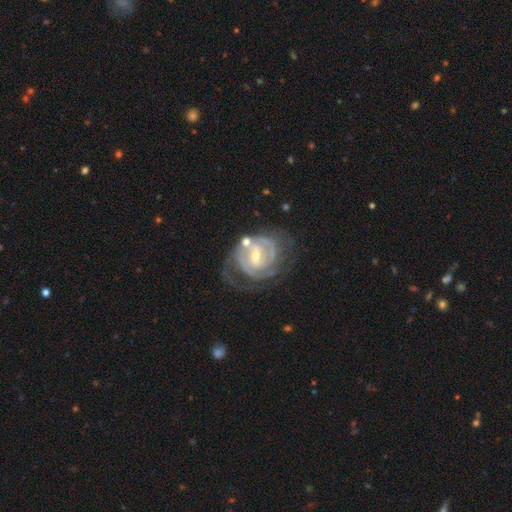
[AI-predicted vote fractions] Smooth or featured: featured or disk — 89% (smooth — 6%)
Edge-on disk: no — 97% (yes — 3%)
Bar: weak — 49% (strong — 31%)
Spiral arms: yes — 96% (no — 4%)
Spiral winding: tight — 67% (medium — 27%)
Spiral arm count: 2 — 42% (can't tell — 22%)
Bulge size: small — 57% (moderate — 38%)
Merging: none — 54% (minor disturbance — 21%)